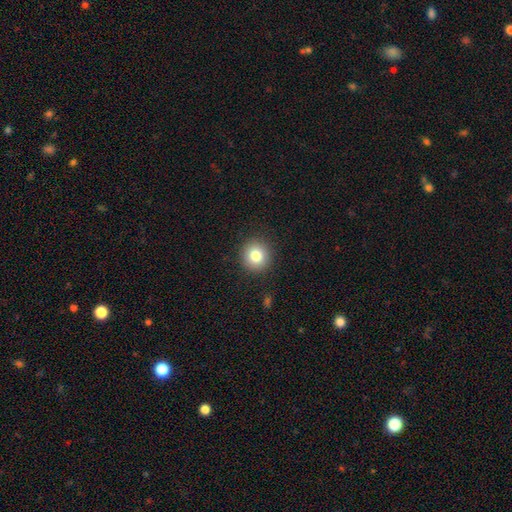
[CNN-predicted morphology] Smooth or featured: smooth — 81% (star or artifact — 11%)
How rounded: round — 92% (in between — 8%)
Merging: none — 91% (minor disturbance — 6%)